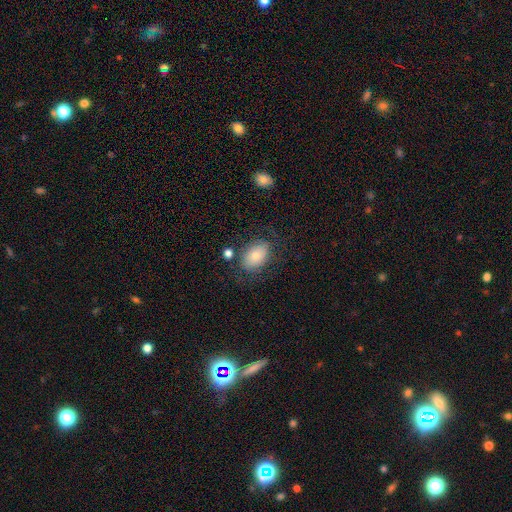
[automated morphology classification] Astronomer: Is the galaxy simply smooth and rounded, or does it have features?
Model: smooth — 80%.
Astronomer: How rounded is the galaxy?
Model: in between — 86%.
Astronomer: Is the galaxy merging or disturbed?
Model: none — 72%.